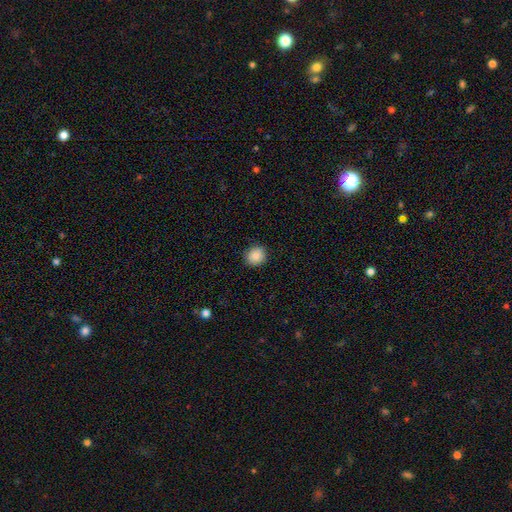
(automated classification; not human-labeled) A smooth galaxy with no disk features (88%) that is round (86%).

Vote fractions:
- Smooth or featured? smooth: 88% / star or artifact: 9% / featured or disk: 3%
- How rounded? round: 86% / in between: 13% / cigar-shaped: 1%
- Merging? none: 91% / minor disturbance: 7% / major disturbance: 2% / merger: 1%